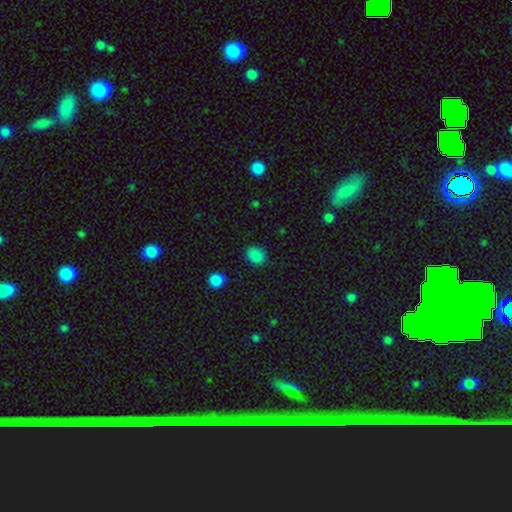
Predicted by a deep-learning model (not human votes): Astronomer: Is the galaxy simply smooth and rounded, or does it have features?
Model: smooth — 85%.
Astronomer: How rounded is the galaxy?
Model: round — 54% (runner-up: in between, 45%).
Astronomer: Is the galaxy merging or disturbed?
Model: none — 85%.